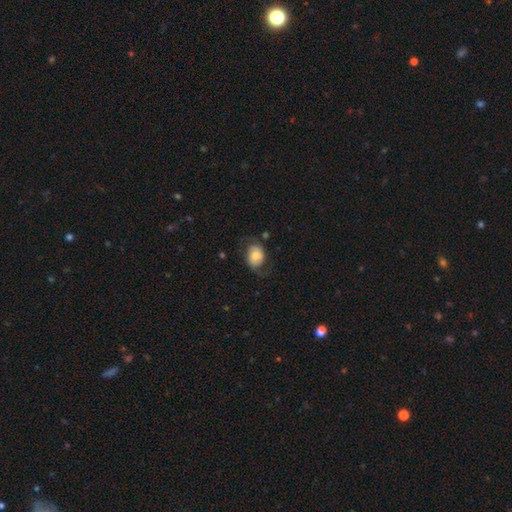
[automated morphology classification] This is likely a smooth galaxy (60%). How rounded: possibly in between (59%). Merging: possibly none (58%).